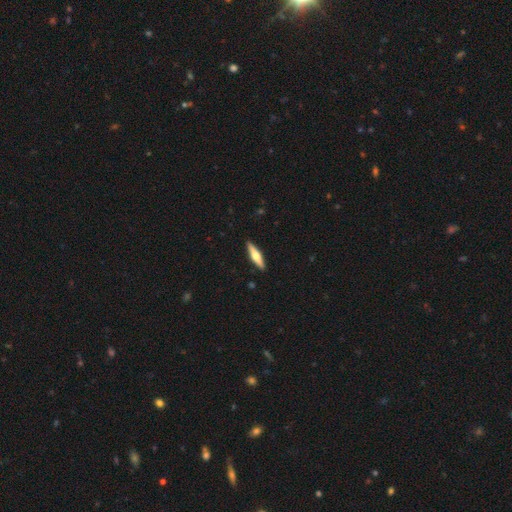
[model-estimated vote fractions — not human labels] Morphology: type=featured or disk (55%); edge-on=yes (96%); edge-on bulge=rounded (92%); merging=none (91%).